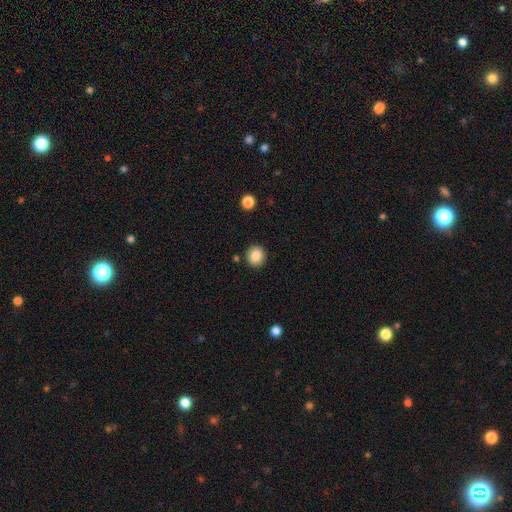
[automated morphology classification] Smooth or featured?
  - smooth: 86% *
  - star or artifact: 9%
  - featured or disk: 5%
How rounded?
  - round: 88% *
  - in between: 11%
  - cigar-shaped: 1%
Merging?
  - none: 89% *
  - minor disturbance: 7%
  - merger: 2%
  - major disturbance: 2%